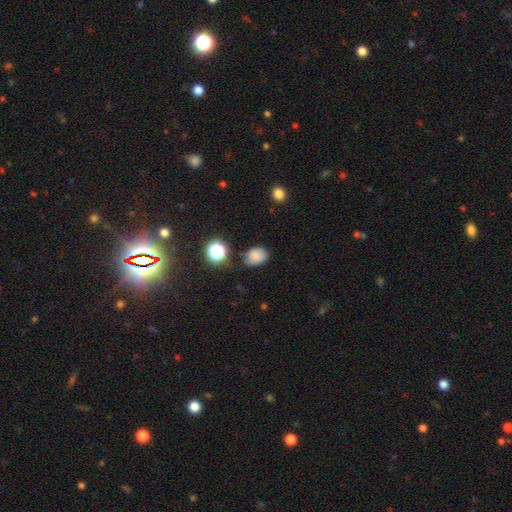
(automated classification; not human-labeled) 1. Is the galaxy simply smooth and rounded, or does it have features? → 82% smooth, 12% star or artifact, 6% featured or disk.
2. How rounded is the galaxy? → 70% in between, 29% round, 1% cigar-shaped.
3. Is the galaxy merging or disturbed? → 69% none, 22% minor disturbance, 5% major disturbance, 4% merger.